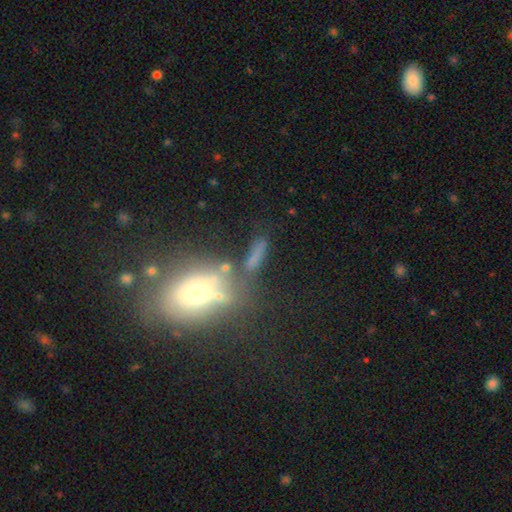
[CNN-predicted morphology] This is likely a smooth galaxy (65%). How rounded: likely cigar-shaped (60%). Merging: likely none (60%).